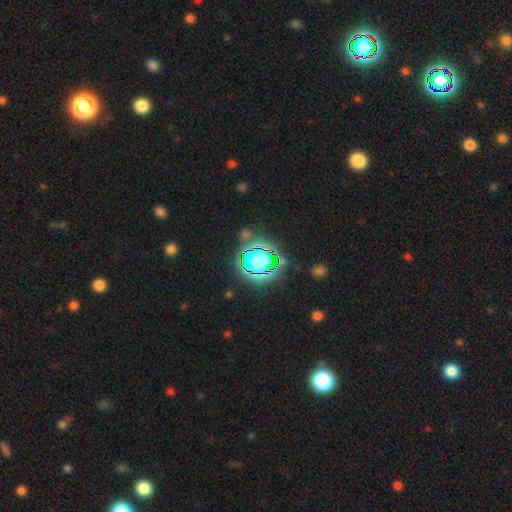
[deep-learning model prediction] Smooth or featured: star or artifact — 80% (smooth — 13%)